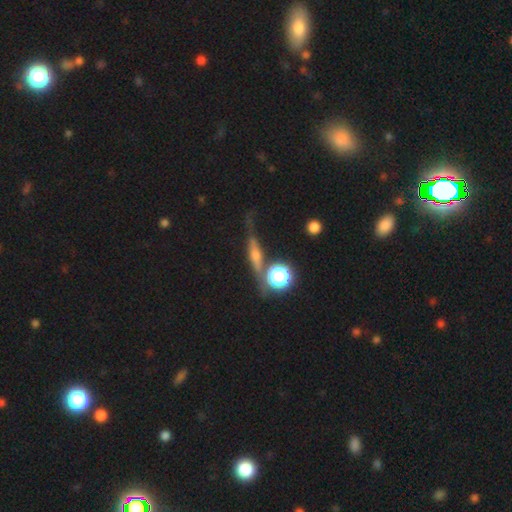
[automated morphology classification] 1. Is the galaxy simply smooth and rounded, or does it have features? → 58% featured or disk, 27% smooth, 15% star or artifact.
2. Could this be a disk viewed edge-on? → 91% yes, 9% no.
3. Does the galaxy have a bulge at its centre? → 81% rounded, 11% boxy, 8% none.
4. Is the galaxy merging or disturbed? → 69% none, 16% minor disturbance, 9% merger, 7% major disturbance.